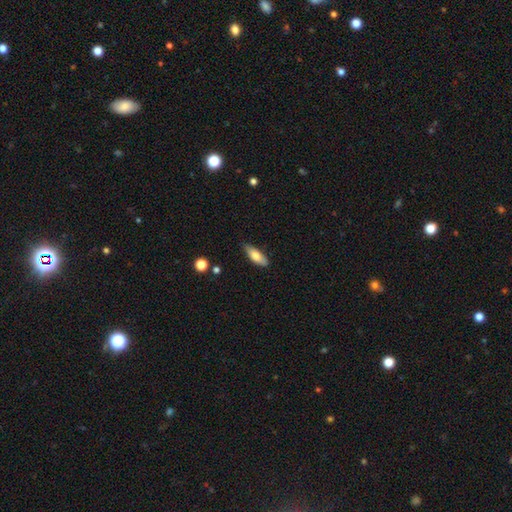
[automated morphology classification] type=smooth (73%); roundness=in between (63%); merging=none (80%).